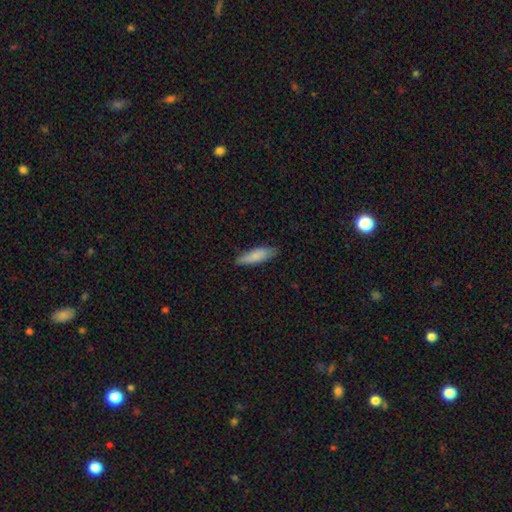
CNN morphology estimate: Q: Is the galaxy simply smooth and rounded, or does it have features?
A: smooth — 79%.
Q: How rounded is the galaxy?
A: cigar-shaped — 58%.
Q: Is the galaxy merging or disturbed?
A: none — 82%.